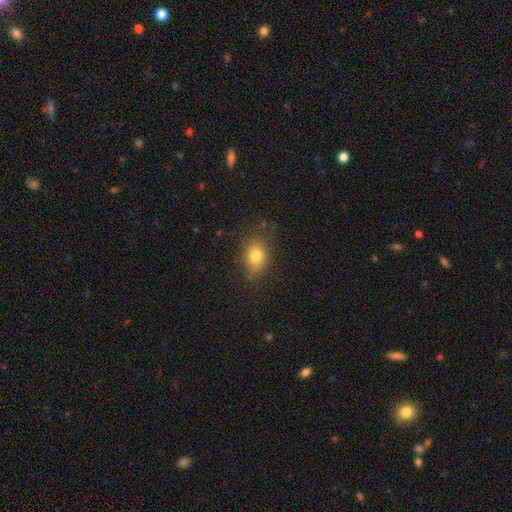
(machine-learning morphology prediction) Smooth or featured?
  - smooth: 78% *
  - star or artifact: 11%
  - featured or disk: 11%
How rounded?
  - in between: 68% *
  - round: 30%
  - cigar-shaped: 2%
Merging?
  - none: 74% *
  - minor disturbance: 19%
  - major disturbance: 5%
  - merger: 2%